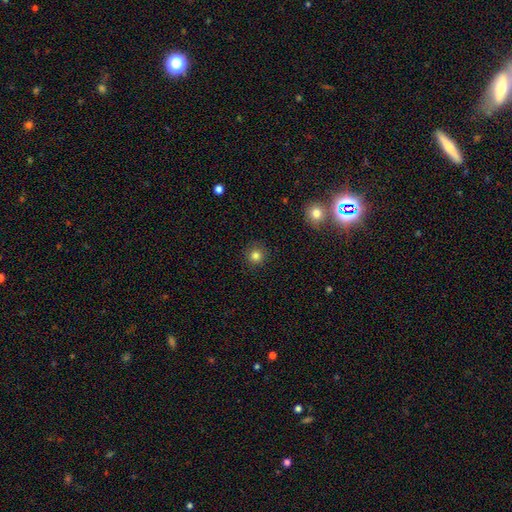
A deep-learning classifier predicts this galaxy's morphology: Overall: smooth (82%). How rounded: round (93%). Merging: none (90%).